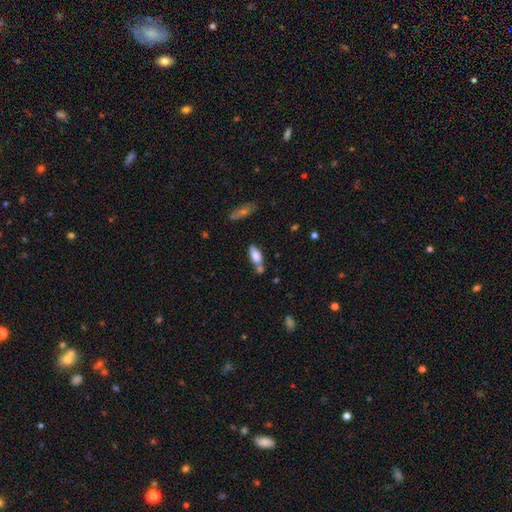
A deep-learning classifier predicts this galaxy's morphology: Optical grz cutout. It shows a smooth galaxy with no disk features (77%) that is in between round and cigar-shaped (76%). Merging: none (50%).